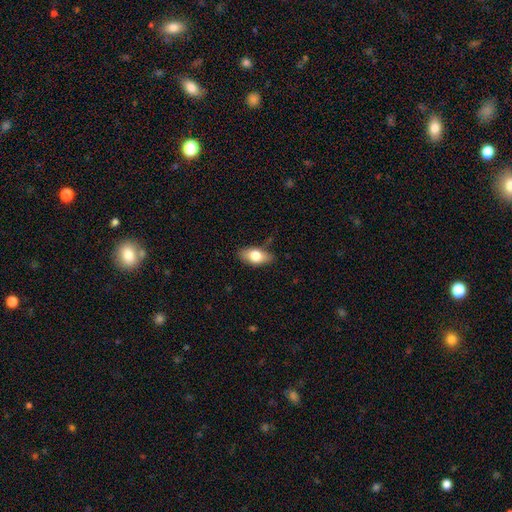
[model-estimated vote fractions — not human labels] smooth_or_featured: smooth (p=0.70) [alt: featured or disk p=0.23]
how_rounded: in between (p=0.86) [alt: cigar-shaped p=0.07]
merging: none (p=0.78) [alt: minor disturbance p=0.17]